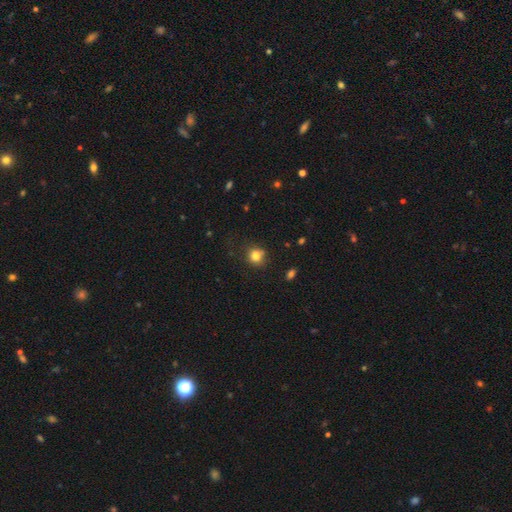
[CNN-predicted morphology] Smooth or featured? smooth (81%)
How rounded? round (84%)
Merging? none (75%)